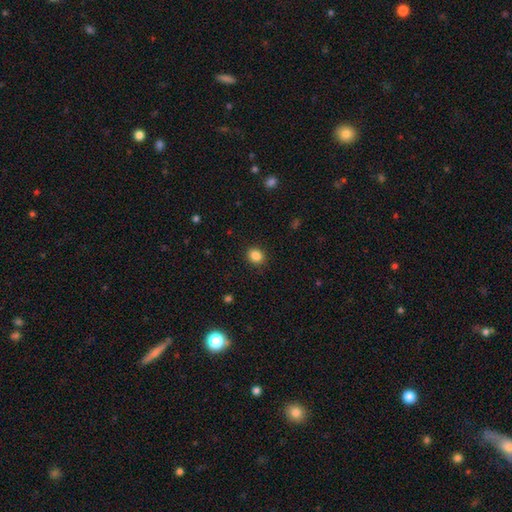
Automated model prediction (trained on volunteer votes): Smooth or featured?
  - smooth: 86% *
  - star or artifact: 10%
  - featured or disk: 4%
How rounded?
  - round: 69% *
  - in between: 30%
  - cigar-shaped: 1%
Merging?
  - none: 89% *
  - minor disturbance: 7%
  - major disturbance: 2%
  - merger: 1%